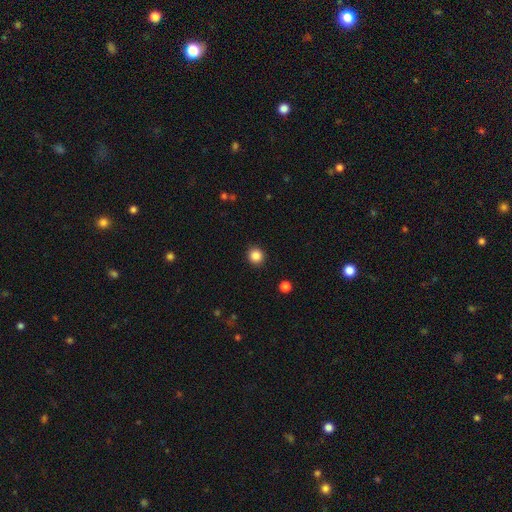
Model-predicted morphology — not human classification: Smooth or featured: smooth — 86% (star or artifact — 11%)
How rounded: round — 91% (in between — 8%)
Merging: none — 92% (minor disturbance — 5%)